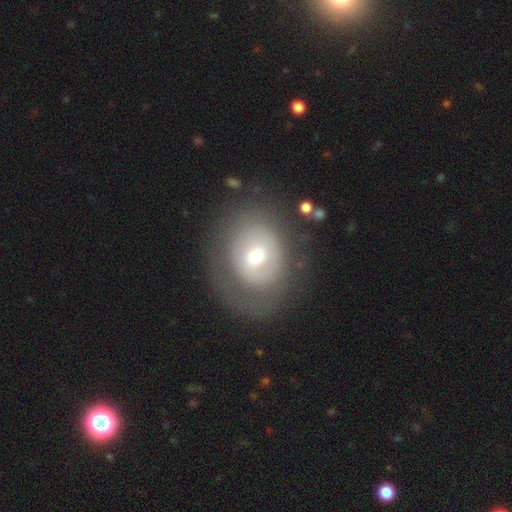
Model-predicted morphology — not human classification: This appears to be a featured or disk galaxy (48%). Merging: none (60%).